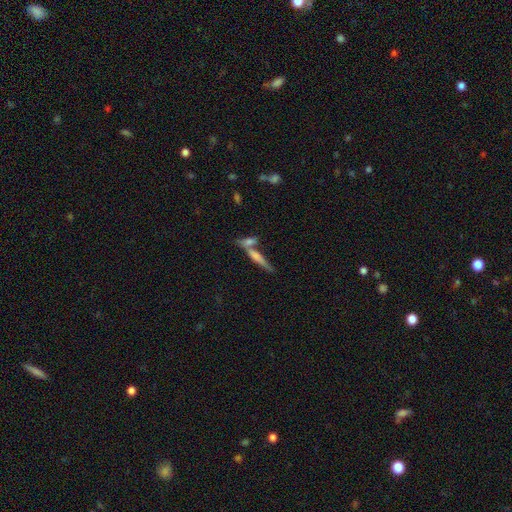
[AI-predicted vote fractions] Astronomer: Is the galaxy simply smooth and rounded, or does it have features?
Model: smooth — 46% (runner-up: featured or disk, 44%).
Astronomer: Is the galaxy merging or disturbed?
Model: none — 53% (runner-up: merger, 33%).